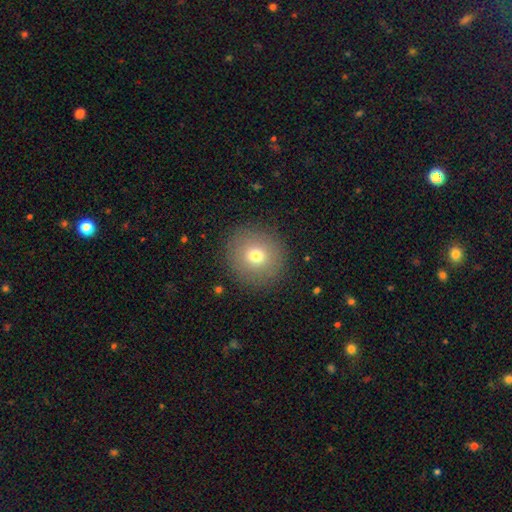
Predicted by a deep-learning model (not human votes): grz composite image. It shows a smooth galaxy with no disk features (73%) that is round (92%). Merging: none (89%).